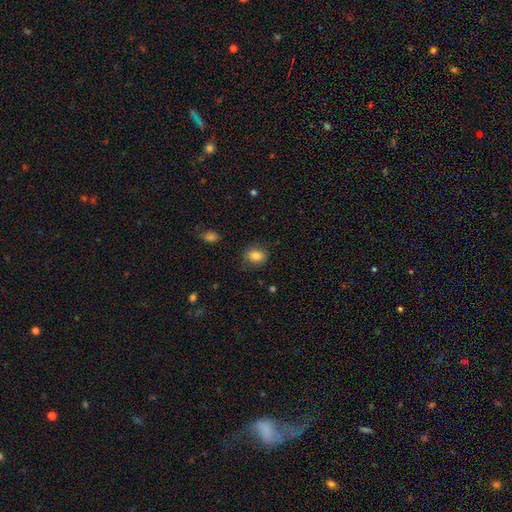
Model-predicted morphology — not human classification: Smooth or featured? Predicted: smooth (p=0.83). How rounded? Predicted: in between (p=0.63). Merging? Predicted: none (p=0.77).